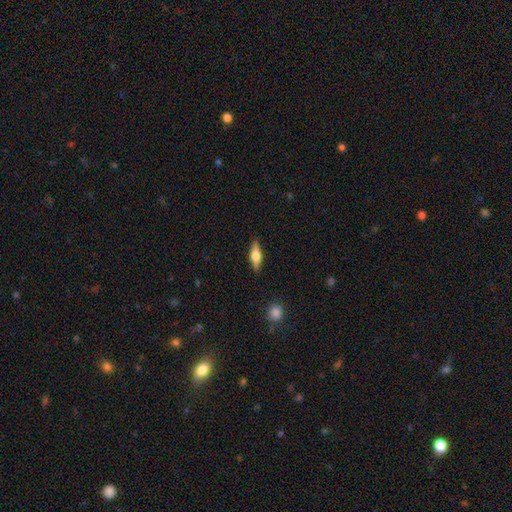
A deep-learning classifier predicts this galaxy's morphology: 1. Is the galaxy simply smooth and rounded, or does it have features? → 53% featured or disk, 41% smooth, 7% star or artifact.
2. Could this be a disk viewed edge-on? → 94% yes, 6% no.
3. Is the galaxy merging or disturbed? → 88% none, 9% minor disturbance, 2% major disturbance, 1% merger.